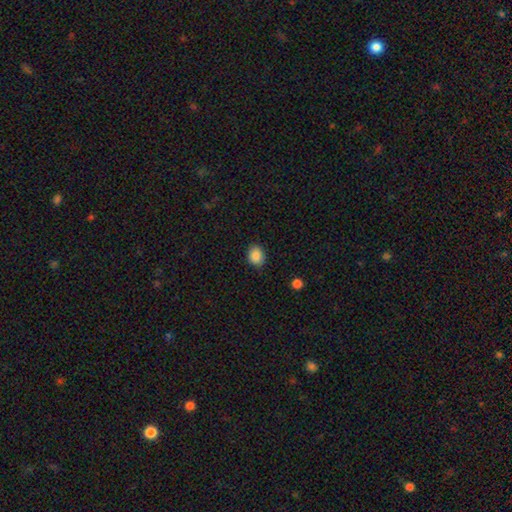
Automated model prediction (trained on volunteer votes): smooth-or-featured: smooth: 88% | star or artifact: 9% | featured or disk: 4%
  how-rounded: in between: 54% | round: 45% | cigar-shaped: 1%
  merging: none: 86% | minor disturbance: 10% | major disturbance: 2% | merger: 1%